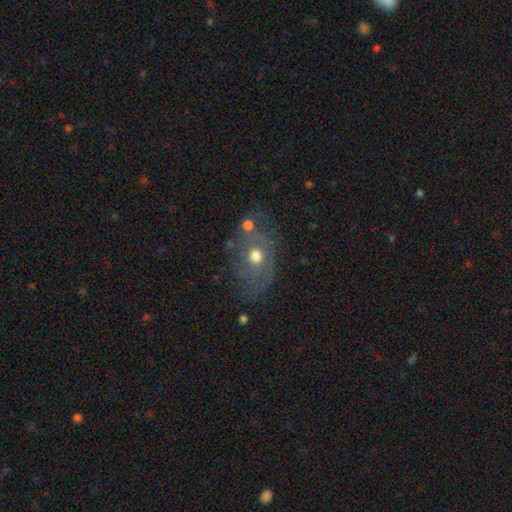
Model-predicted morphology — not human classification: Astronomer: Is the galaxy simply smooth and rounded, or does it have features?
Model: smooth — 47% (runner-up: featured or disk, 40%).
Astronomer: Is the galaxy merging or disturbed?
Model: none — 53%.